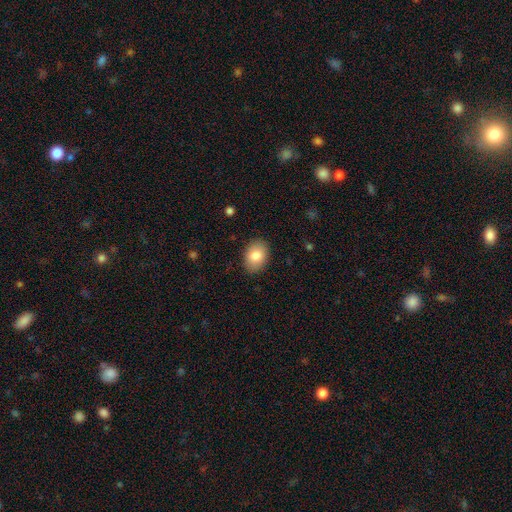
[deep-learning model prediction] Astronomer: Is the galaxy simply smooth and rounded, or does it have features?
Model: smooth — 83%.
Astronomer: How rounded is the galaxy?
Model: in between — 79%.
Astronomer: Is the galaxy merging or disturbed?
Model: none — 88%.